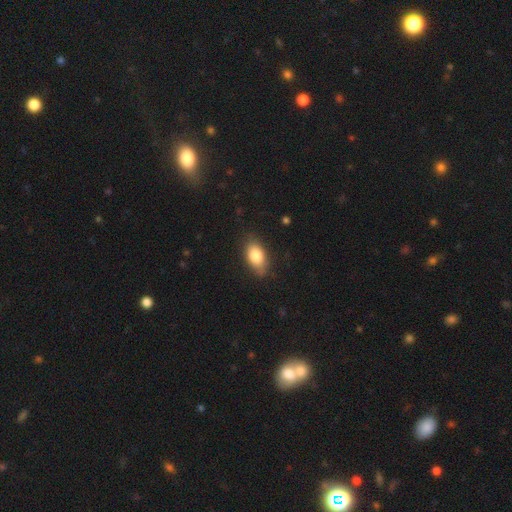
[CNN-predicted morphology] Smooth or featured: smooth — 81% (featured or disk — 12%)
How rounded: in between — 89% (round — 7%)
Merging: none — 77% (minor disturbance — 18%)